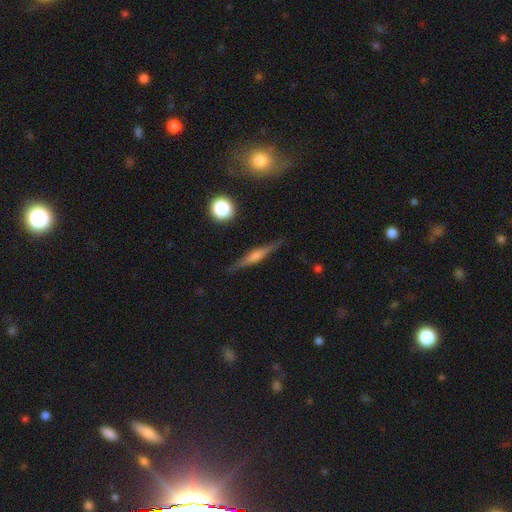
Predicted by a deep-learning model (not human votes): smooth-or-featured: featured or disk: 71% | smooth: 22% | star or artifact: 7%
  disk-edge-on: yes: 97% | no: 3%
    edge-on-bulge: rounded: 76% | boxy: 15% | none: 8%
  merging: none: 90% | minor disturbance: 7% | major disturbance: 2% | merger: 1%